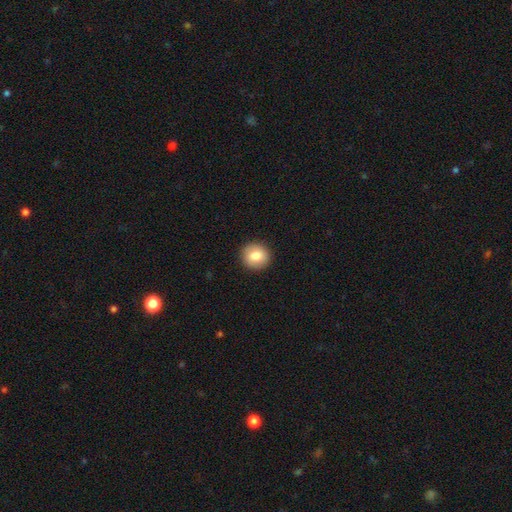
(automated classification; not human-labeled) A smooth galaxy with no disk features (82%) that is round (88%). Merging: none (91%).